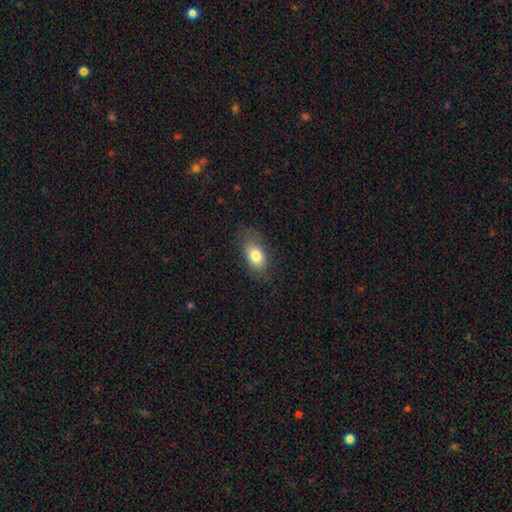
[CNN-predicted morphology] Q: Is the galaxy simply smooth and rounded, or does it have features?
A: smooth — 79%.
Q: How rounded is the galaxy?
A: in between — 87%.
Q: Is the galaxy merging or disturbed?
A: none — 74%.